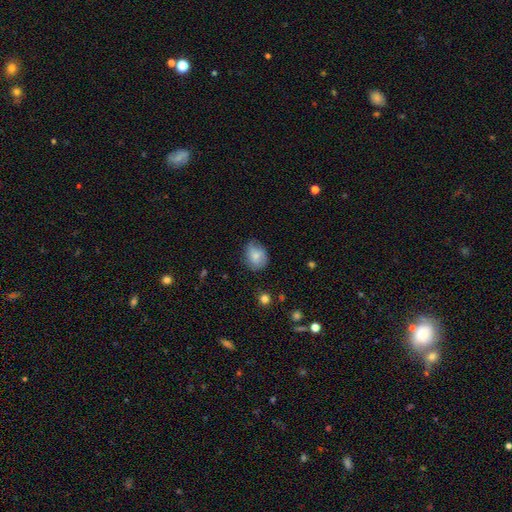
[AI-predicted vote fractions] smooth_or_featured: smooth (p=0.76) [alt: featured or disk p=0.17]
how_rounded: in between (p=0.51) [alt: round p=0.48]
merging: none (p=0.58) [alt: minor disturbance p=0.33]